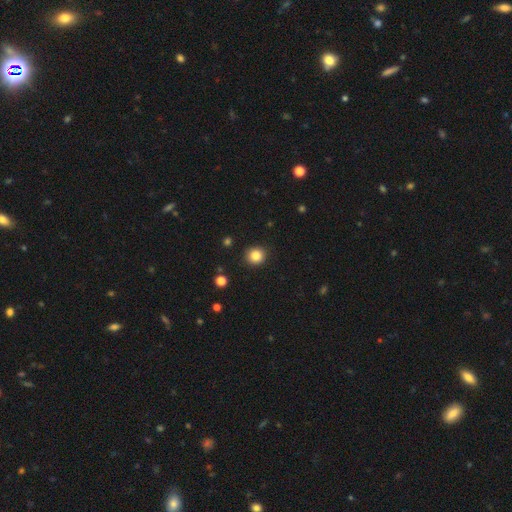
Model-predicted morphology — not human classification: type=smooth (84%); roundness=round (90%); merging=none (92%).